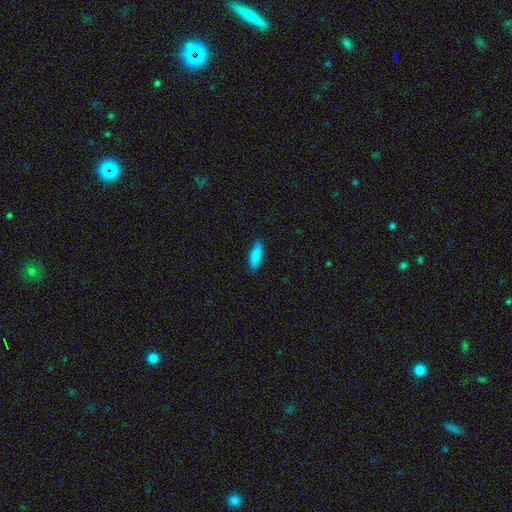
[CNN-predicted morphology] A smooth galaxy with no disk features (87%) that is in between round and cigar-shaped (51%).

Vote fractions:
- Smooth or featured? smooth: 87% / featured or disk: 7% / star or artifact: 6%
- How rounded? in between: 51% / cigar-shaped: 47% / round: 2%
- Merging? none: 88% / minor disturbance: 9% / major disturbance: 2% / merger: 1%